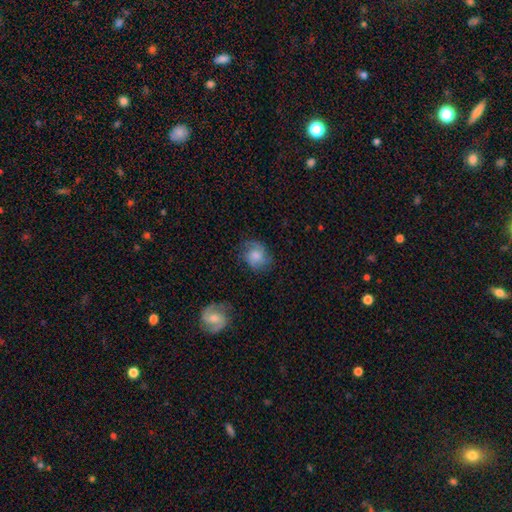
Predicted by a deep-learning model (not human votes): Overall: smooth (53%; featured or disk 38%). How rounded: round (66%; in between 32%). Merging: none (68%).